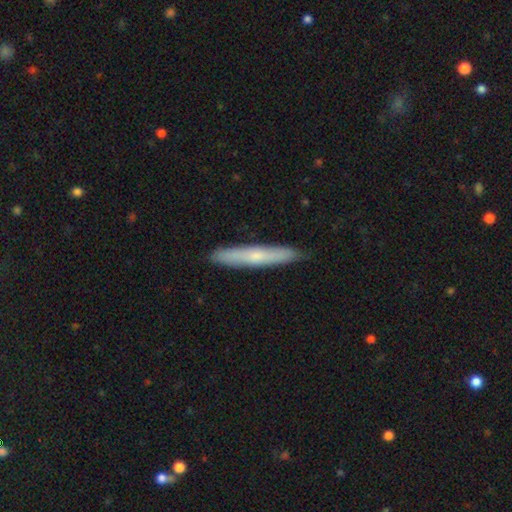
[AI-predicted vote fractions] Q: Smooth or featured?
A: smooth (57%); runner-up: featured or disk (37%)
Q: How rounded?
A: cigar-shaped (95%); runner-up: in between (4%)
Q: Merging?
A: none (90%); runner-up: minor disturbance (7%)